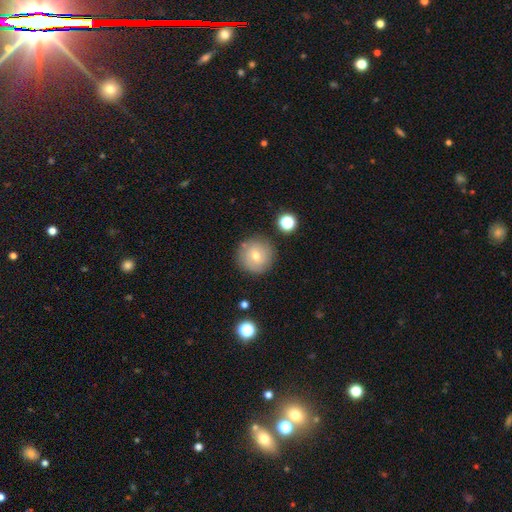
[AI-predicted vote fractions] Smooth or featured? smooth (62%)
How rounded? round (95%)
Merging? none (85%)